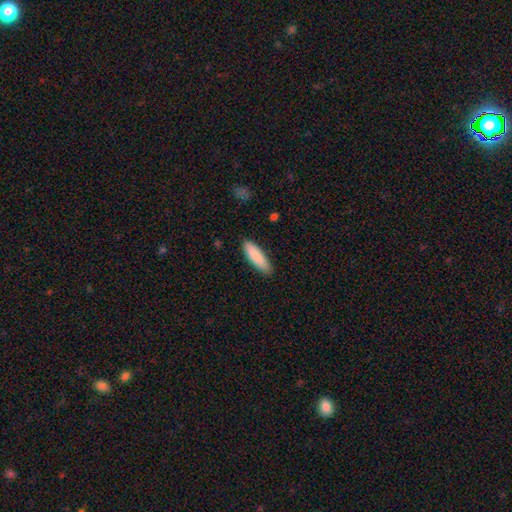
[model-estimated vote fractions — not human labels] smooth_or_featured: smooth (p=0.88) [alt: featured or disk p=0.06]
how_rounded: cigar-shaped (p=0.53) [alt: in between p=0.45]
merging: none (p=0.88) [alt: minor disturbance p=0.09]